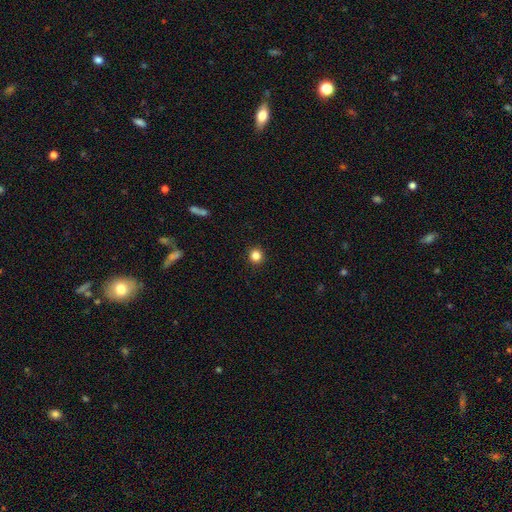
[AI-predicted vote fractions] A smooth galaxy with no disk features (84%) that is round (92%).

Vote fractions:
- Smooth or featured? smooth: 84% / star or artifact: 12% / featured or disk: 4%
- How rounded? round: 92% / in between: 7% / cigar-shaped: 1%
- Merging? none: 93% / minor disturbance: 4% / major disturbance: 2% / merger: 1%